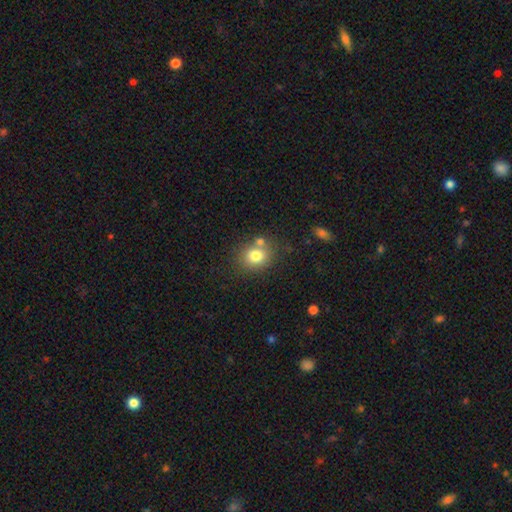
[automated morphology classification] This appears to be a smooth galaxy with no disk features (77%) that is round (67%). Merging: none (65%).